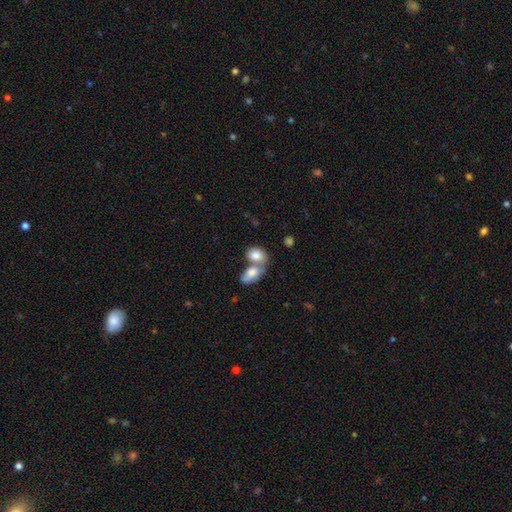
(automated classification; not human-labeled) smooth-or-featured: smooth: 80% | featured or disk: 13% | star or artifact: 7%
  how-rounded: in between: 76% | round: 23% | cigar-shaped: 2%
  merging: merger: 64% | none: 24% | minor disturbance: 8% | major disturbance: 4%